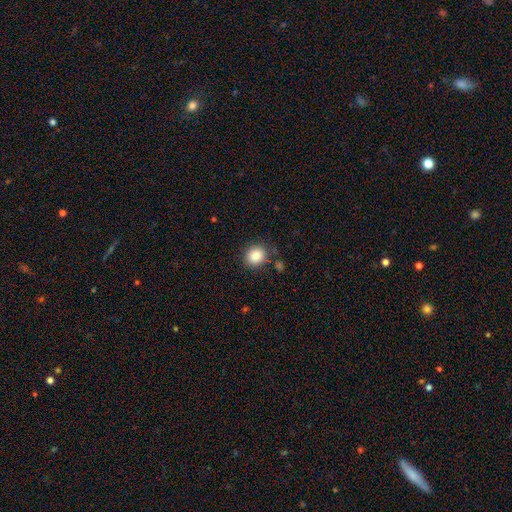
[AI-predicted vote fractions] Q: Smooth or featured?
A: smooth (85%); runner-up: star or artifact (10%)
Q: How rounded?
A: round (82%); runner-up: in between (17%)
Q: Merging?
A: none (84%); runner-up: minor disturbance (10%)